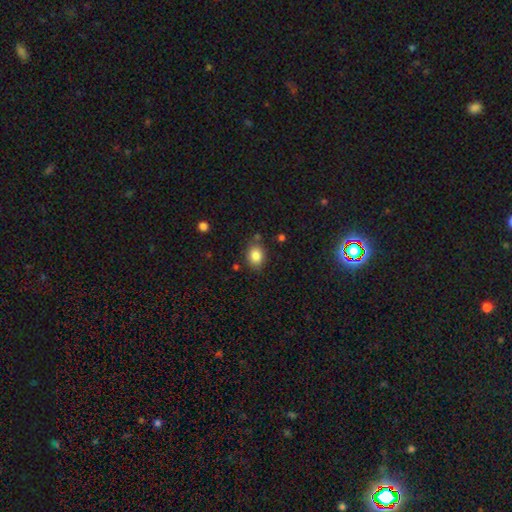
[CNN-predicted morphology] smooth-or-featured: smooth: 84% | star or artifact: 9% | featured or disk: 6%
  how-rounded: in between: 57% | round: 42% | cigar-shaped: 1%
  merging: none: 79% | minor disturbance: 13% | merger: 5% | major disturbance: 3%